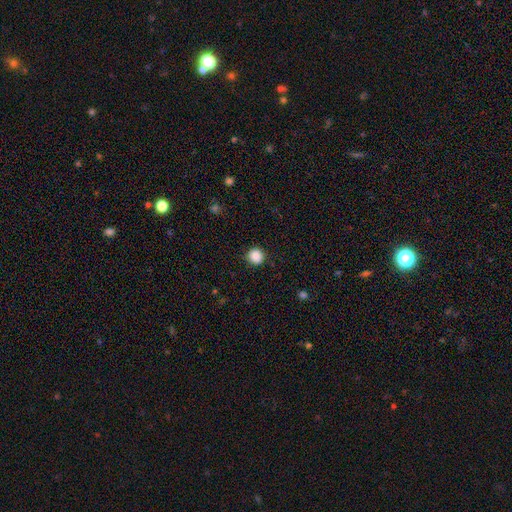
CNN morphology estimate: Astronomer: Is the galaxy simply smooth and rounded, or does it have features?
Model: smooth — 86%.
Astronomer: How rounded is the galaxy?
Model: round — 93%.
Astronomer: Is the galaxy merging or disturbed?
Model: none — 90%.